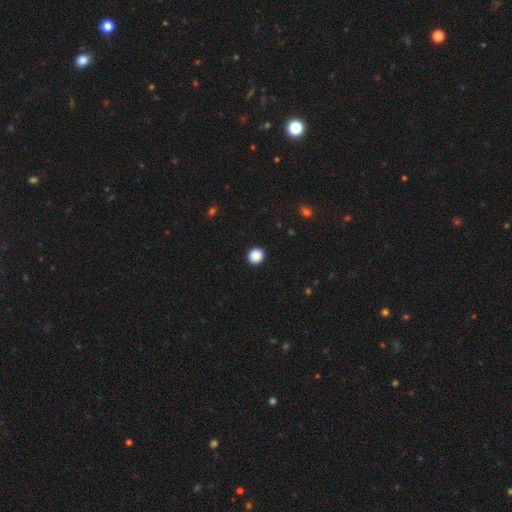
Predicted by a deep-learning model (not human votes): smooth-or-featured: smooth: 89% | star or artifact: 9% | featured or disk: 2%
  how-rounded: round: 91% | in between: 8% | cigar-shaped: 1%
  merging: none: 93% | minor disturbance: 5% | major disturbance: 2% | merger: 1%